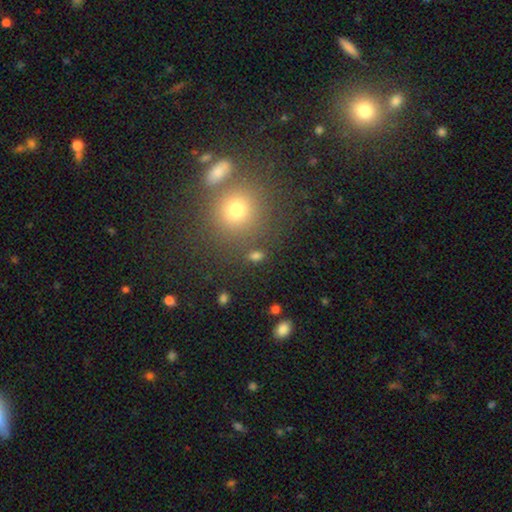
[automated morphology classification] A smooth galaxy with no disk features (75%) that is in between round and cigar-shaped (66%). Merging: none (81%).